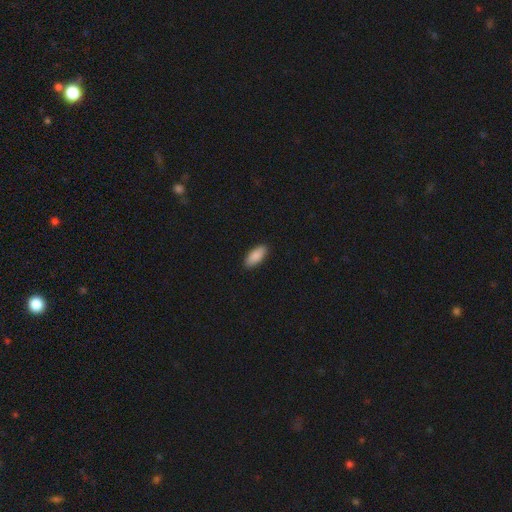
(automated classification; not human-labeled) This appears to be a smooth galaxy with no disk features (89%) that is in between round and cigar-shaped (84%). Merging: none (90%).